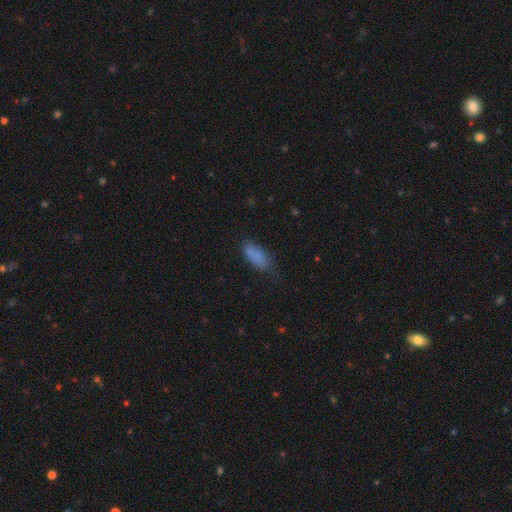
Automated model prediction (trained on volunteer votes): A smooth galaxy with no disk features (83%) that is in between round and cigar-shaped (82%). Merging: none (65%).